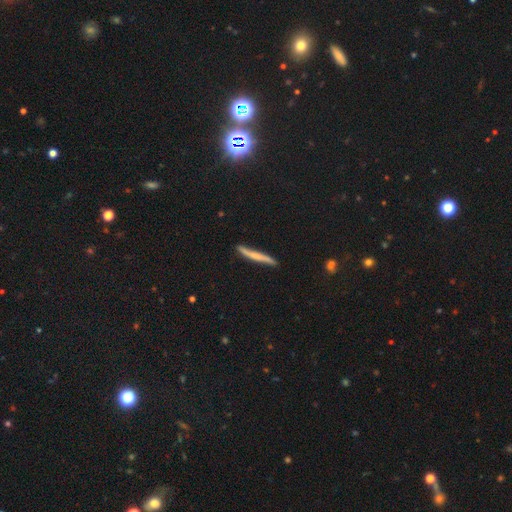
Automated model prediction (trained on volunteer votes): Smooth or featured? Predicted: smooth (p=0.49). Merging? Predicted: none (p=0.79).